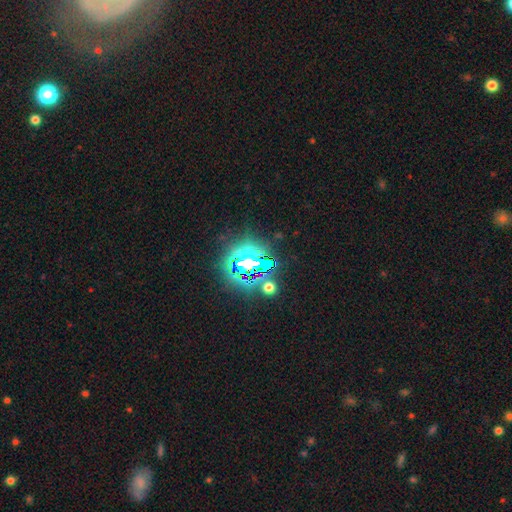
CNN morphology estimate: Smooth or featured? Predicted: star or artifact (p=0.76).